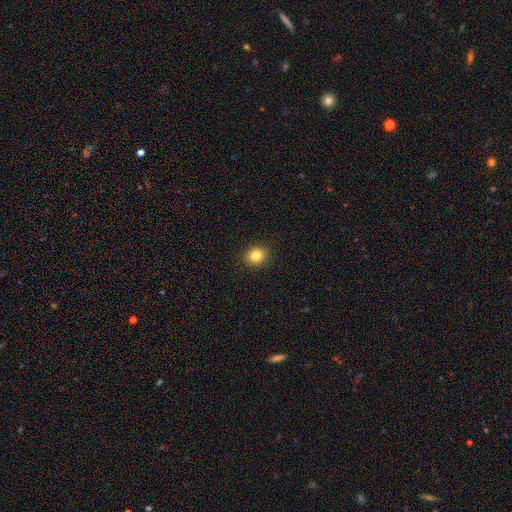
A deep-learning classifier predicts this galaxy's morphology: Smooth or featured? smooth (84%)
How rounded? round (78%)
Merging? none (91%)